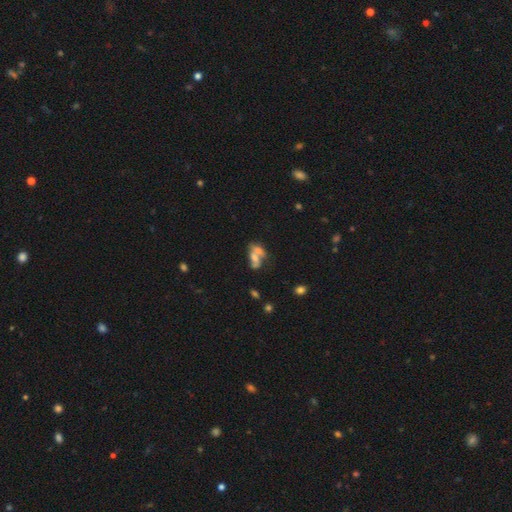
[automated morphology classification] smooth-or-featured: smooth: 49% | featured or disk: 37% | star or artifact: 14%
  merging: merger: 60% | none: 20% | major disturbance: 10% | minor disturbance: 9%